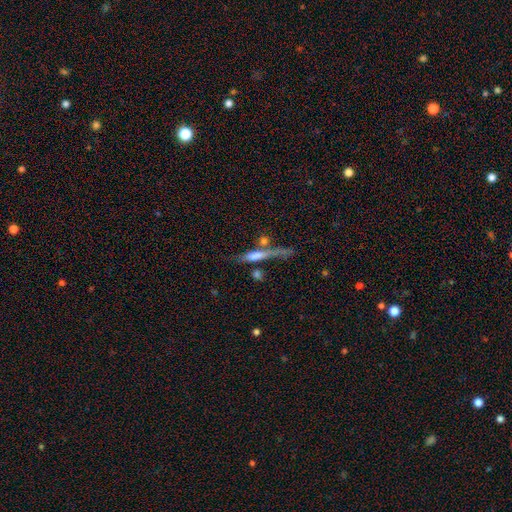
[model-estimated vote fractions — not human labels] smooth 52%, featured or disk 38%, star or artifact 10%. Down the decision tree: how rounded — cigar-shaped (82%); merging — none (46%).